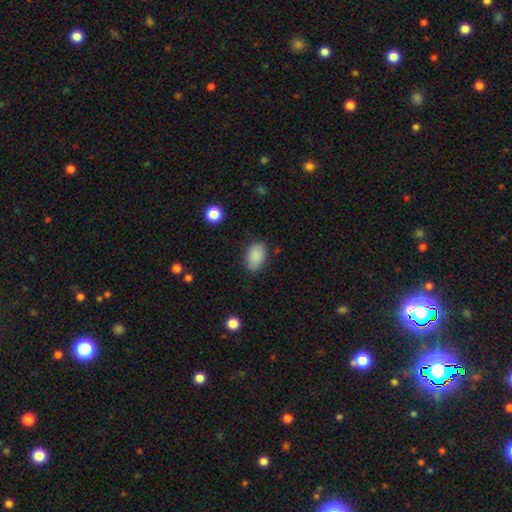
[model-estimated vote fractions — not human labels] smooth_or_featured: smooth (p=0.88) [alt: star or artifact p=0.08]
how_rounded: in between (p=0.89) [alt: round p=0.10]
merging: none (p=0.82) [alt: minor disturbance p=0.13]